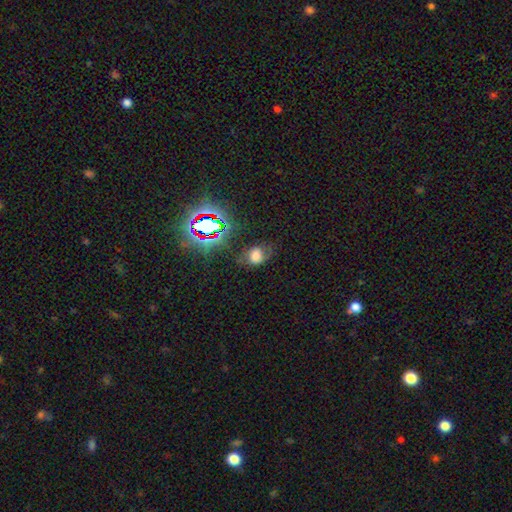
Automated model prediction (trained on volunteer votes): This is possibly a smooth galaxy (51%). How rounded: likely in between (61%). Merging: possibly none (50%).